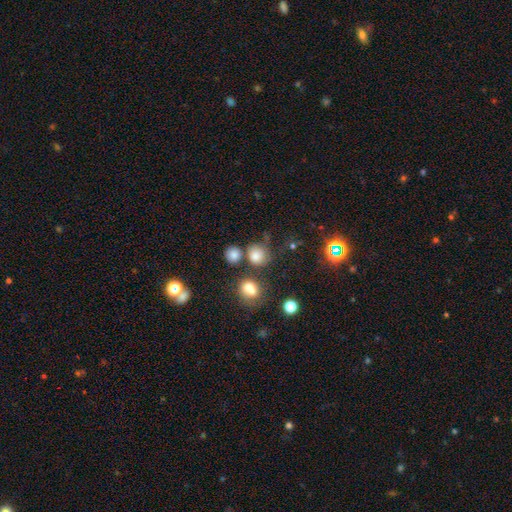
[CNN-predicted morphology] The model was most divided on "merging": none: 58%, merger: 20%, minor disturbance: 15%, major disturbance: 8%. More confident: how rounded — round (81%); smooth or featured — smooth (77%).